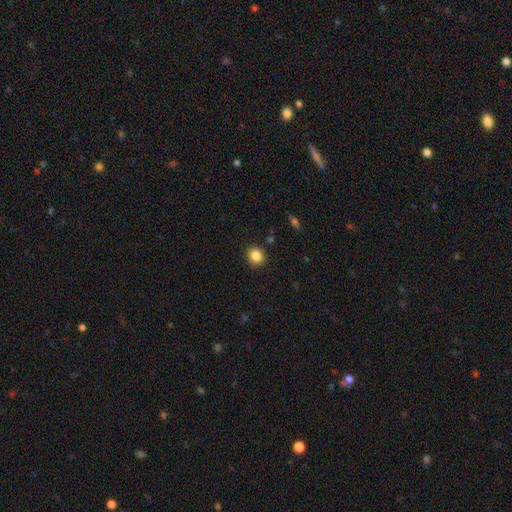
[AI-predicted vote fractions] A smooth galaxy with no disk features (84%) that is round (86%). Merging: none (89%).